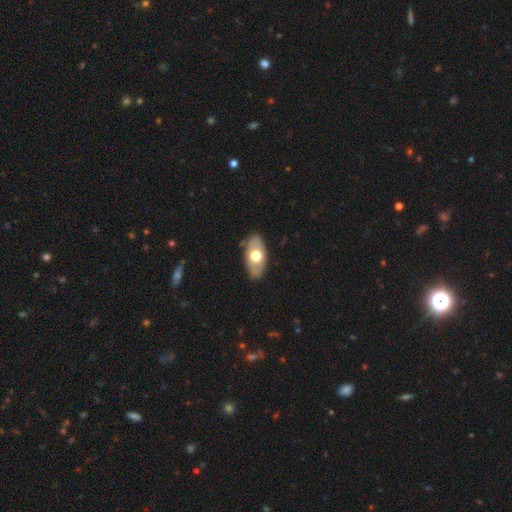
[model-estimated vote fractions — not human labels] The model was most divided on "smooth or featured": smooth: 58%, featured or disk: 37%, star or artifact: 5%. More confident: how rounded — in between (92%); merging — none (84%).